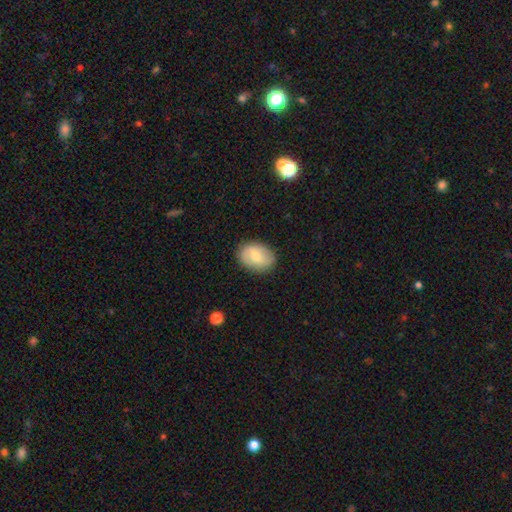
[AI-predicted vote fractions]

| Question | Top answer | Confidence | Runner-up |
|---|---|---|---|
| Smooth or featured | smooth | 58% | featured or disk (35%) |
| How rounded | in between | 74% | round (24%) |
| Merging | none | 84% | minor disturbance (12%) |